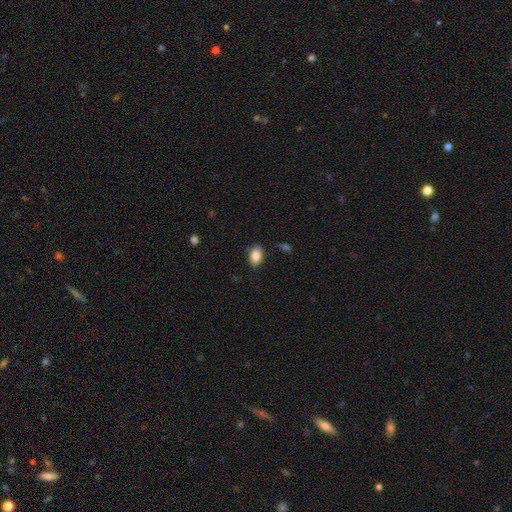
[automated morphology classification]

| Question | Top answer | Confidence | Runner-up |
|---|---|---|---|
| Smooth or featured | smooth | 85% | star or artifact (8%) |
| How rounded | in between | 84% | round (14%) |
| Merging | none | 82% | minor disturbance (14%) |